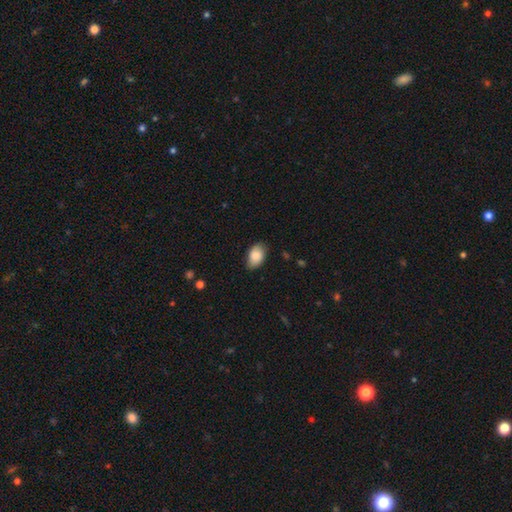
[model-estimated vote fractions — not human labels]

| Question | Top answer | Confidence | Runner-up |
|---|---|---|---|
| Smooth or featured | smooth | 86% | featured or disk (8%) |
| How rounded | in between | 91% | round (8%) |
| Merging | none | 82% | minor disturbance (15%) |